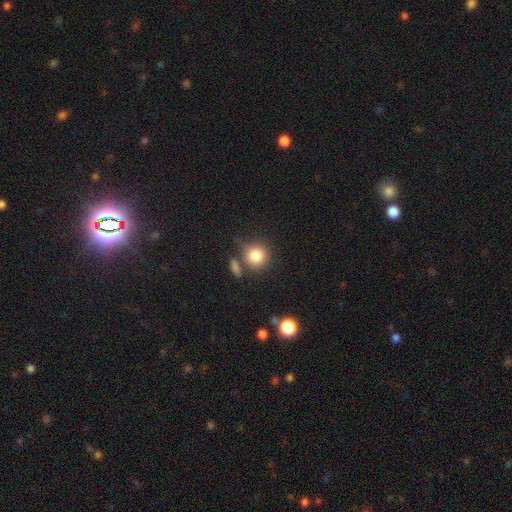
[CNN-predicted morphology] This appears to be a smooth galaxy with no disk features (84%) that is round (88%). Merging: none (67%).